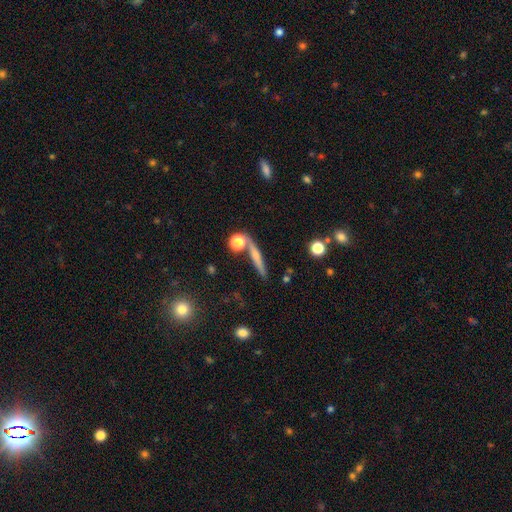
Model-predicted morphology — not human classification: featured or disk 45% (tied), smooth 45% (tied), star or artifact 10%. Down the decision tree: merging — none (72%).